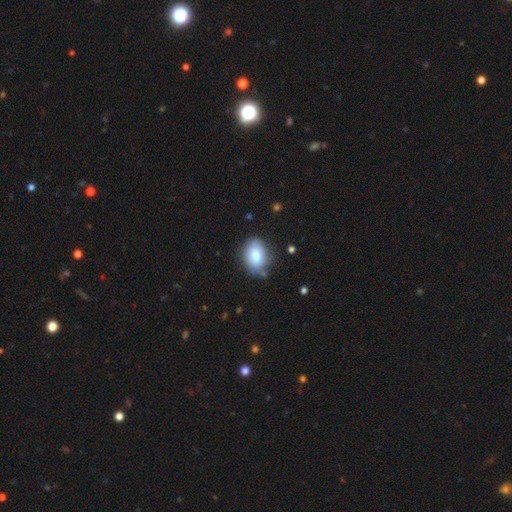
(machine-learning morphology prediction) Smooth or featured: smooth — 79% (featured or disk — 14%)
How rounded: in between — 74% (round — 25%)
Merging: none — 67% (minor disturbance — 24%)